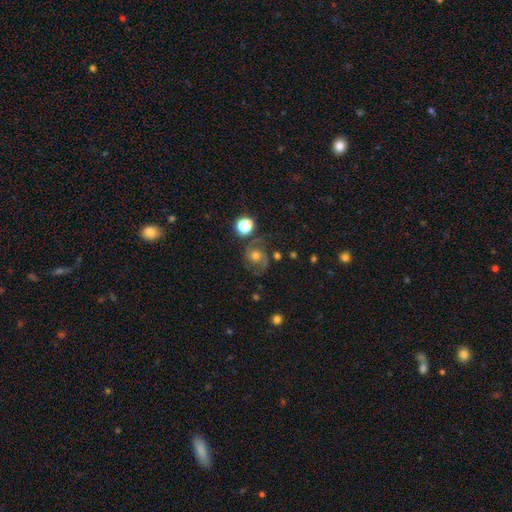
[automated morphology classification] Q: Smooth or featured?
A: featured or disk (68%); runner-up: smooth (18%)
Q: Edge-on disk?
A: no (98%); runner-up: yes (2%)
Q: Bar?
A: no (74%); runner-up: weak (22%)
Q: Spiral arms?
A: yes (93%); runner-up: no (7%)
Q: Spiral winding?
A: medium (52%); runner-up: tight (30%)
Q: Spiral arm count?
A: 2 (82%); runner-up: can't tell (7%)
Q: Bulge size?
A: moderate (64%); runner-up: small (22%)
Q: Merging?
A: none (67%); runner-up: minor disturbance (17%)